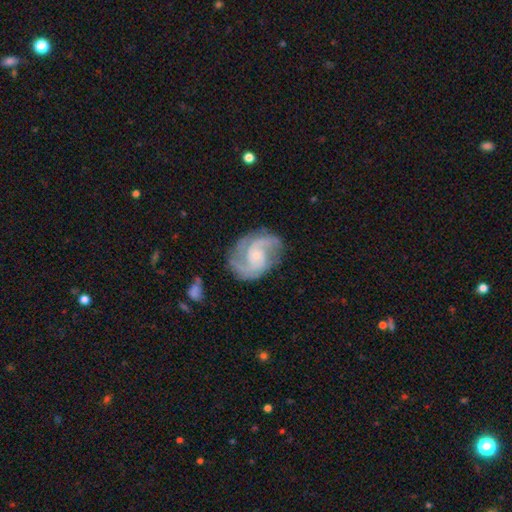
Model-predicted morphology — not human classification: Smooth or featured? Predicted: featured or disk (p=0.90). Edge-on disk? Predicted: no (p=0.98). Bar? Predicted: no (p=0.61). Spiral arms? Predicted: yes (p=0.98). Spiral winding? Predicted: medium (p=0.51). Spiral arm count? Predicted: 2 (p=0.65). Bulge size? Predicted: small (p=0.73). Merging? Predicted: none (p=0.73).